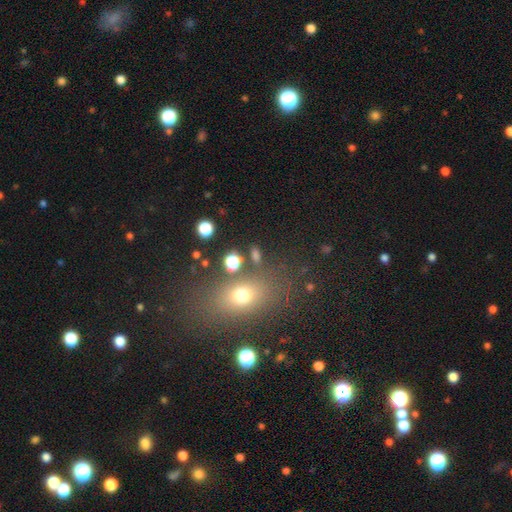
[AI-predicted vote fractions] smooth 62%, star or artifact 24%, featured or disk 14%. Down the decision tree: how rounded — in between (62%); merging — none (74%).